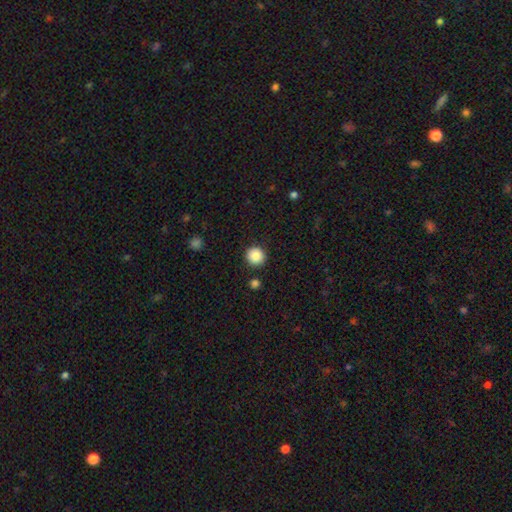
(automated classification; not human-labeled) smooth_or_featured: smooth (p=0.86) [alt: star or artifact p=0.09]
how_rounded: round (p=0.93) [alt: in between p=0.06]
merging: none (p=0.90) [alt: minor disturbance p=0.06]